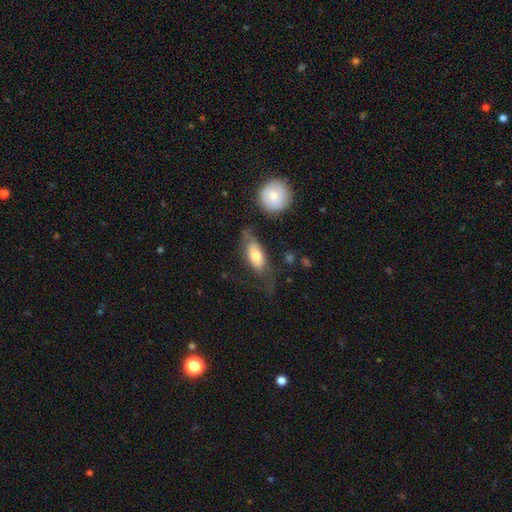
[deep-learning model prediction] A smooth galaxy with no disk features (68%) that is in between round and cigar-shaped (84%). Merging: none (39%).